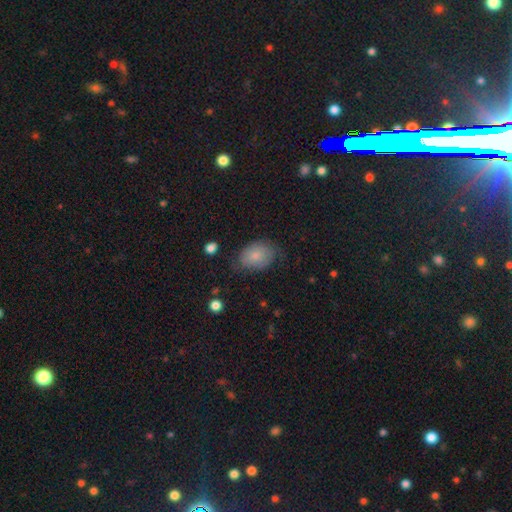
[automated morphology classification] type=smooth (75%); roundness=in between (80%); merging=none (59%).